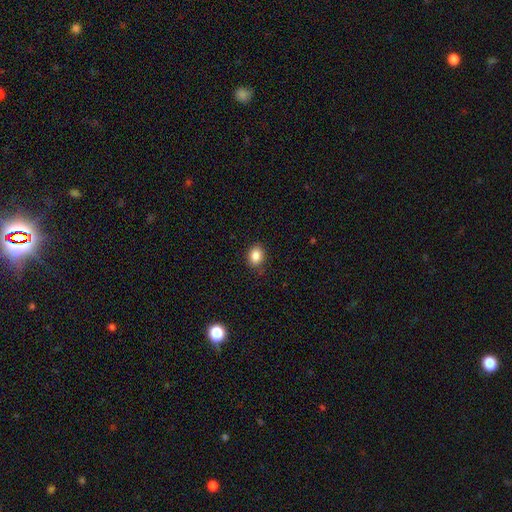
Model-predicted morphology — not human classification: A smooth galaxy with no disk features (86%) that is in between round and cigar-shaped (61%). Merging: none (86%).